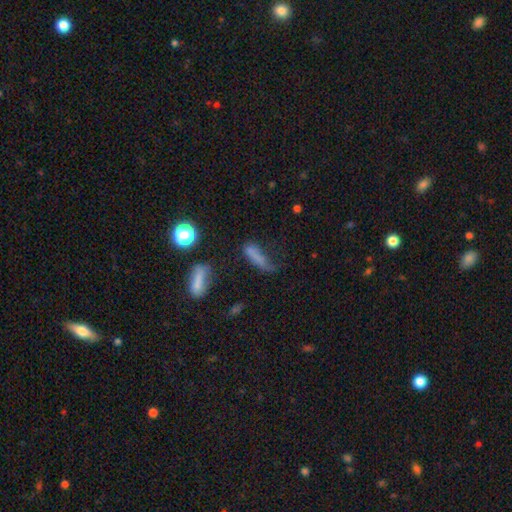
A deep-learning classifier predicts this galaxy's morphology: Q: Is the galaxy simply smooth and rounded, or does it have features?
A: smooth — 67%.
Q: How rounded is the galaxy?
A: cigar-shaped — 54%.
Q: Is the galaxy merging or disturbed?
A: none — 35%.